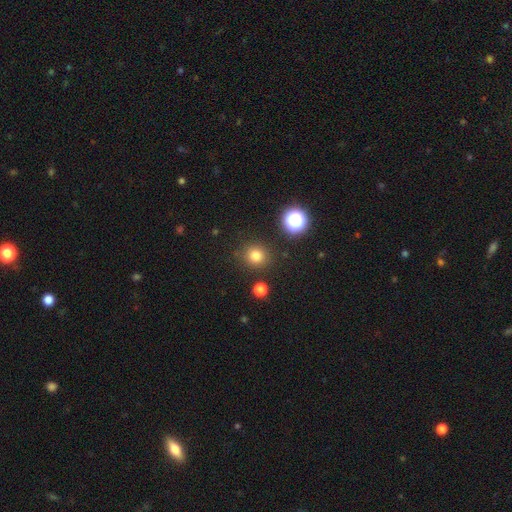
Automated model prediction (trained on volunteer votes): Smooth or featured: smooth — 78% (star or artifact — 16%)
How rounded: round — 89% (in between — 10%)
Merging: none — 87% (minor disturbance — 8%)